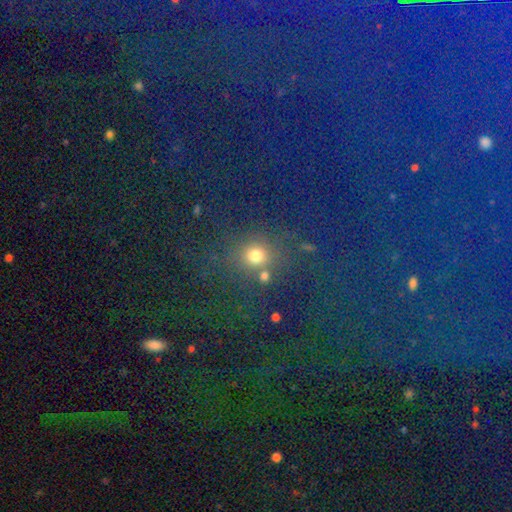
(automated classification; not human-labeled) smooth-or-featured: smooth: 62% | star or artifact: 28% | featured or disk: 10%
  how-rounded: round: 83% | in between: 15% | cigar-shaped: 2%
  merging: none: 70% | merger: 11% | minor disturbance: 11% | major disturbance: 7%